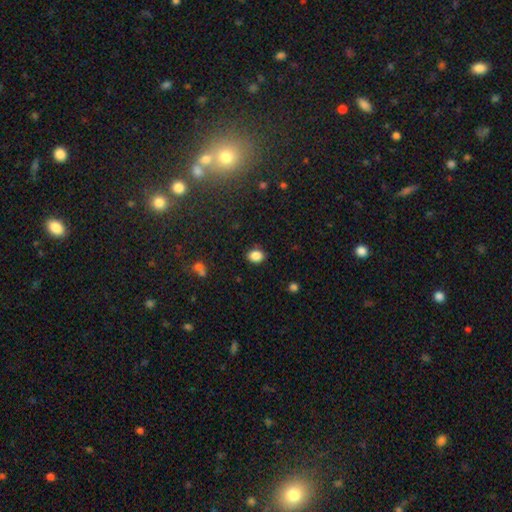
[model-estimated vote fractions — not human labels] A smooth galaxy with no disk features (86%) that is in between round and cigar-shaped (55%). Merging: none (87%).